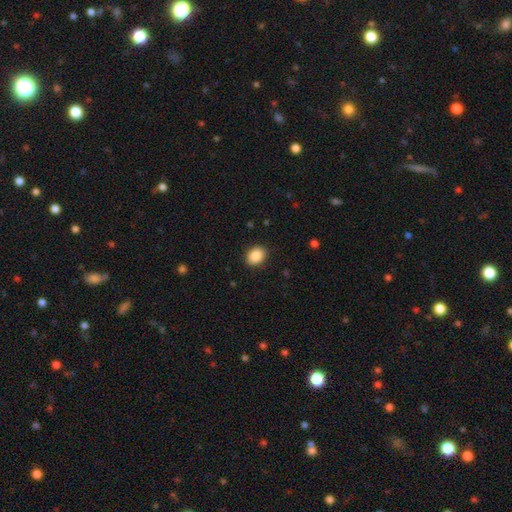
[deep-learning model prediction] Q: Smooth or featured?
A: smooth (89%); runner-up: star or artifact (8%)
Q: How rounded?
A: in between (53%); runner-up: round (46%)
Q: Merging?
A: none (90%); runner-up: minor disturbance (7%)